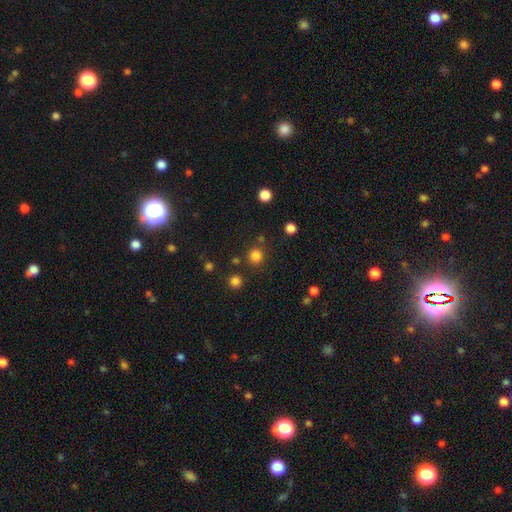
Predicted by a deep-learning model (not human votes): smooth 81%, star or artifact 15%, featured or disk 4%. Down the decision tree: how rounded — round (92%); merging — none (83%).